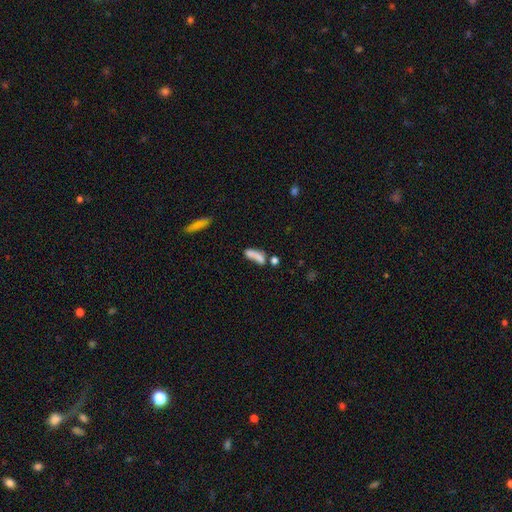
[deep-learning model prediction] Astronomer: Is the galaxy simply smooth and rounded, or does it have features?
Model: smooth — 70%.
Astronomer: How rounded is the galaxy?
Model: in between — 55% (runner-up: cigar-shaped, 39%).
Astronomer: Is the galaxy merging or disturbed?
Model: merger — 37% (runner-up: none, 31%).